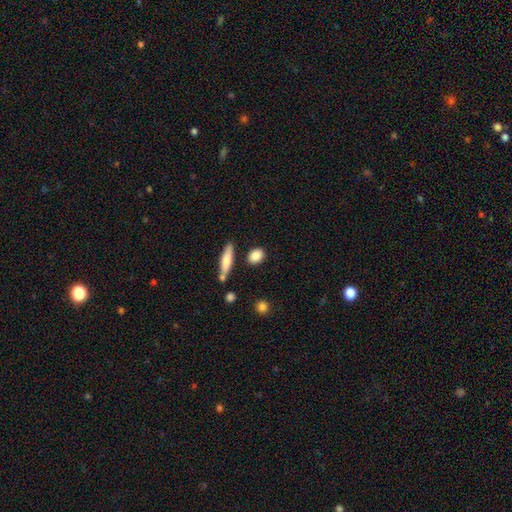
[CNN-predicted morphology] Overall: smooth (85%). How rounded: in between (51%; round 42%). Merging: none (81%).